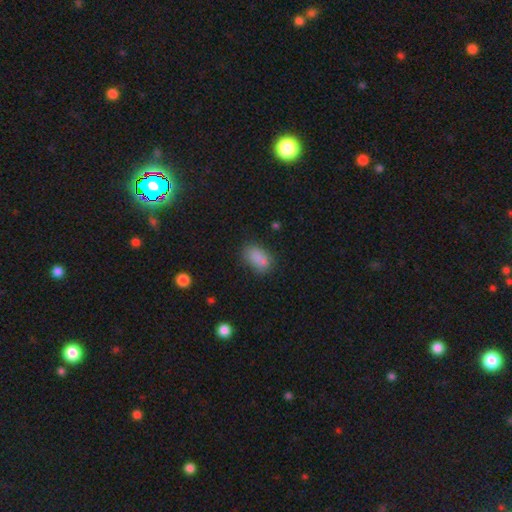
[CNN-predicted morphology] Overall: smooth (83%). How rounded: in between (89%). Merging: none (74%).